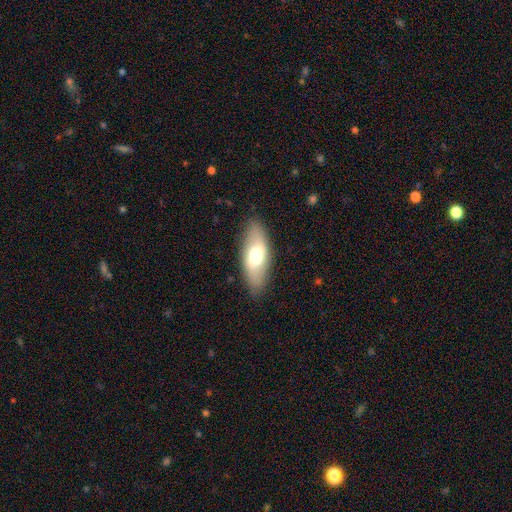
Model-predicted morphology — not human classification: type=smooth (60%); roundness=in between (80%); merging=none (85%).